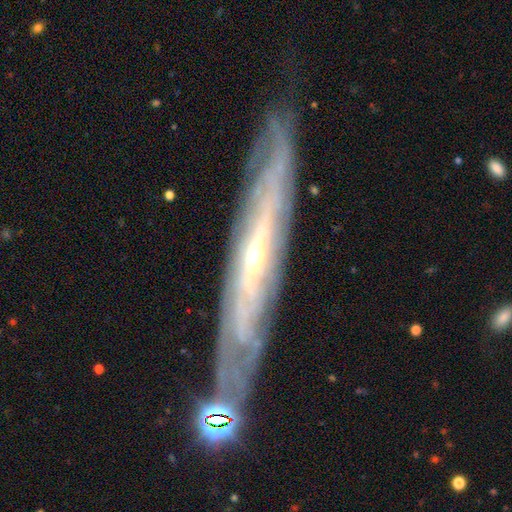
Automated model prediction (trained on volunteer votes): A featured or disk galaxy (84%) viewed edge-on (53%).

Vote fractions:
- Smooth or featured? featured or disk: 84% / smooth: 9% / star or artifact: 7%
- Edge-on disk? yes: 53% / no: 47%
- Merging? none: 80% / minor disturbance: 13% / merger: 4% / major disturbance: 4%